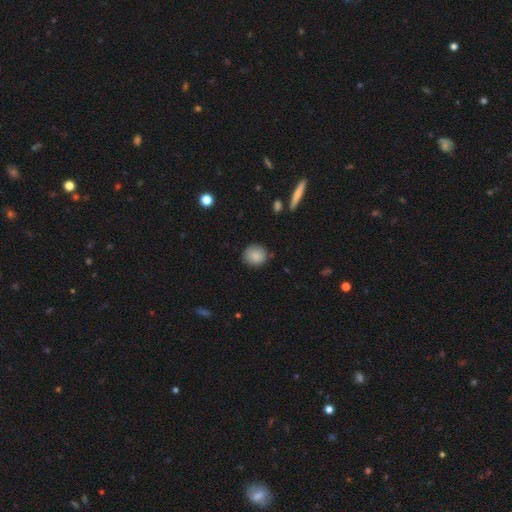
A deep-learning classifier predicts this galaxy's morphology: Smooth or featured? smooth (87%)
How rounded? round (85%)
Merging? none (84%)